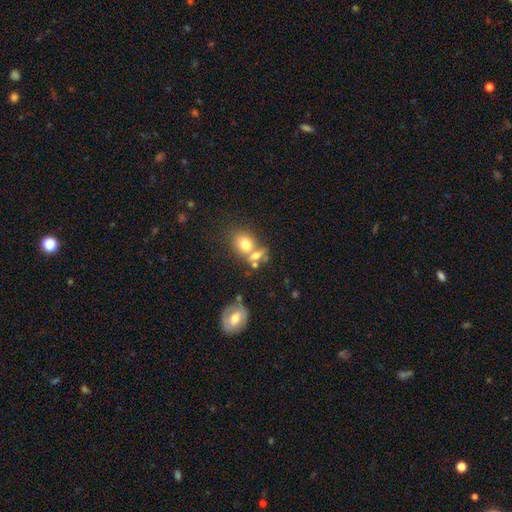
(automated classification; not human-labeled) Overall: smooth (71%). How rounded: in between (56%; round 40%). Merging: merger (46%; none 36%).